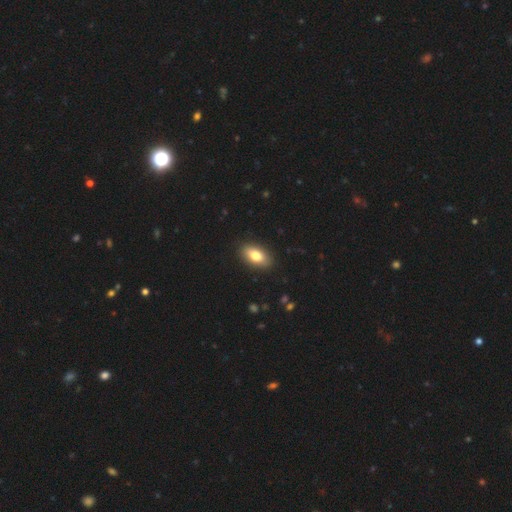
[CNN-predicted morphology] Smooth or featured? smooth (80%)
How rounded? in between (91%)
Merging? none (89%)